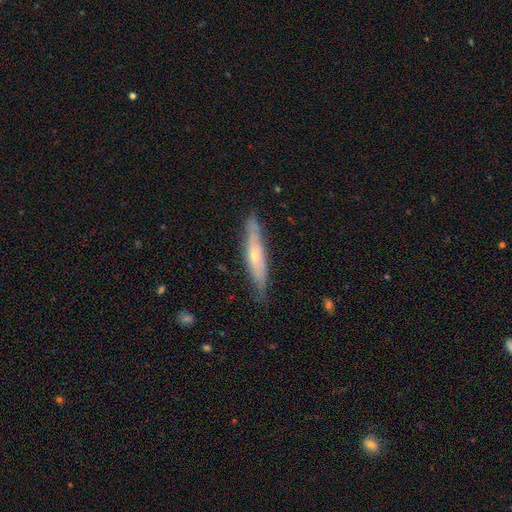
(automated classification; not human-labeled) featured or disk 53%, smooth 41%, star or artifact 6%. Down the decision tree: edge-on disk — yes (75%); merging — none (80%).